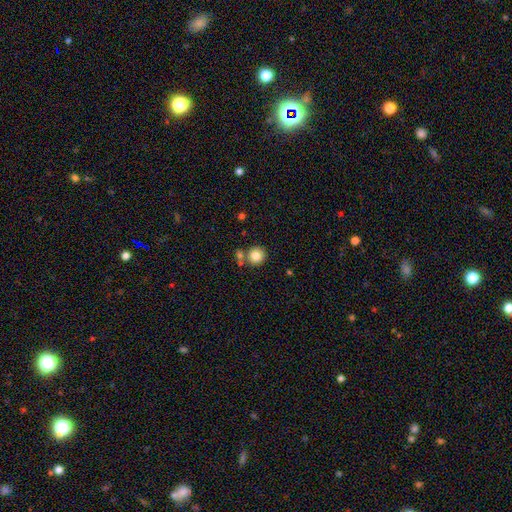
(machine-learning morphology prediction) Smooth or featured?
  - smooth: 84% *
  - star or artifact: 10%
  - featured or disk: 7%
How rounded?
  - round: 91% *
  - in between: 8%
  - cigar-shaped: 1%
Merging?
  - none: 70% *
  - merger: 18%
  - minor disturbance: 9%
  - major disturbance: 3%